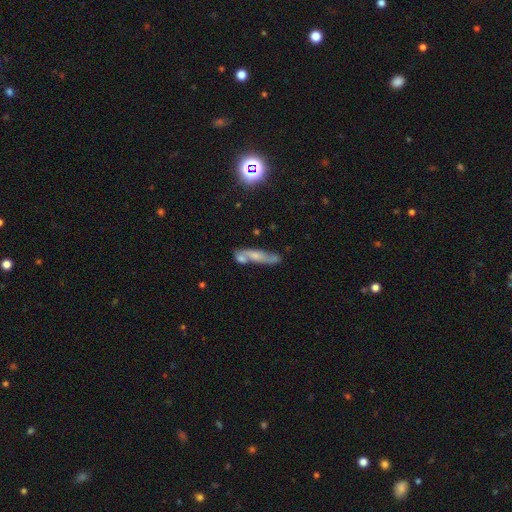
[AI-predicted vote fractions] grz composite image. It shows a featured or disk galaxy (52%). Merging: none (48%).